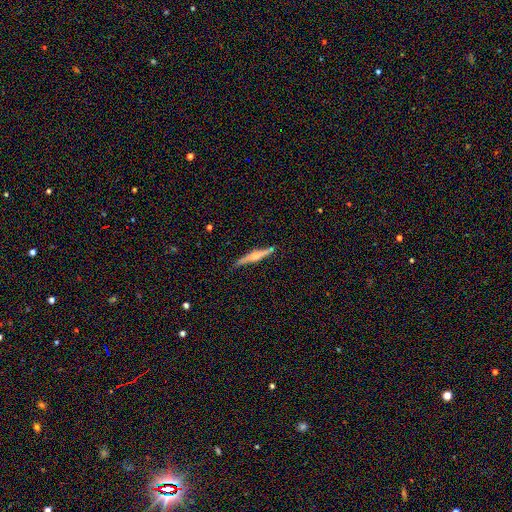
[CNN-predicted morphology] featured or disk 62%, smooth 32%, star or artifact 6%. Down the decision tree: edge-on disk — yes (96%); edge-on bulge — rounded (66%); merging — none (80%).